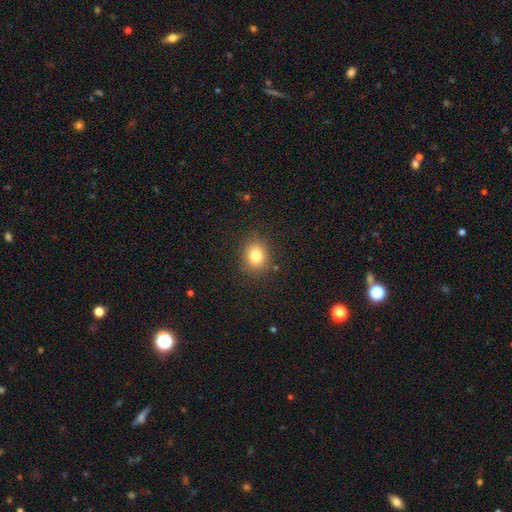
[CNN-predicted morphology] Smooth or featured: smooth — 80% (star or artifact — 11%)
How rounded: round — 65% (in between — 34%)
Merging: none — 85% (minor disturbance — 10%)